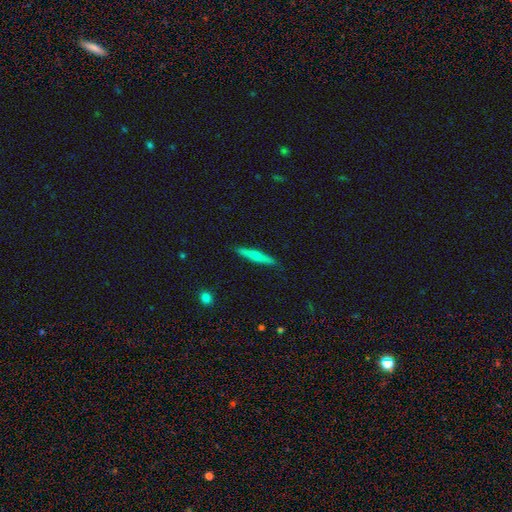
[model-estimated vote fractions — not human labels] The model was most divided on "smooth or featured": smooth: 61%, featured or disk: 33%, star or artifact: 6%. More confident: how rounded — cigar-shaped (93%); merging — none (89%).